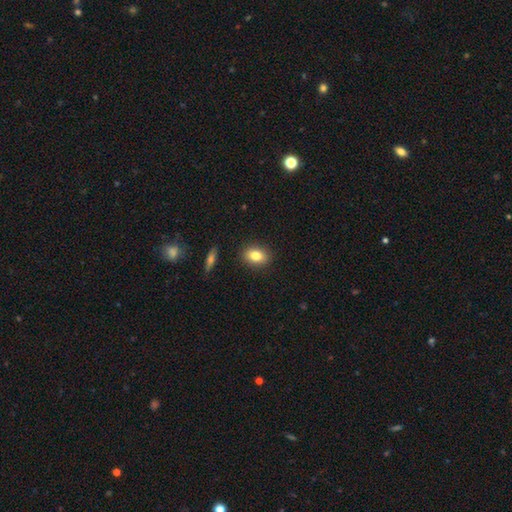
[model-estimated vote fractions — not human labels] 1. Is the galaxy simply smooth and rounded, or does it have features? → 82% smooth, 9% featured or disk, 9% star or artifact.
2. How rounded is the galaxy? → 73% in between, 25% round, 2% cigar-shaped.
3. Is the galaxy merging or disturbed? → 89% none, 8% minor disturbance, 2% major disturbance, 2% merger.